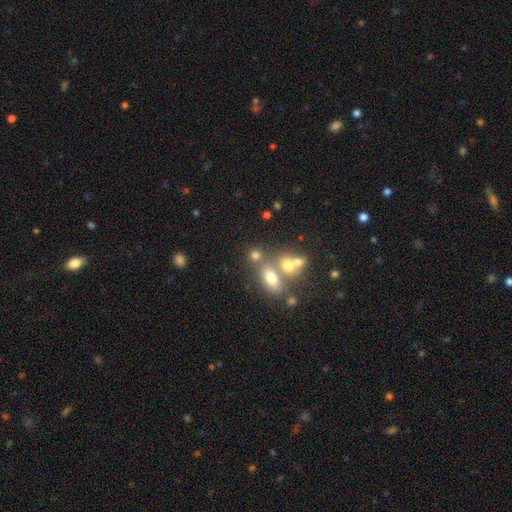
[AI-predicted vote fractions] A smooth galaxy with no disk features (67%) that is in between round and cigar-shaped (55%).

Vote fractions:
- Smooth or featured? smooth: 67% / featured or disk: 17% / star or artifact: 16%
- How rounded? in between: 55% / round: 40% / cigar-shaped: 5%
- Merging? none: 43% / merger: 41% / minor disturbance: 10% / major disturbance: 6%